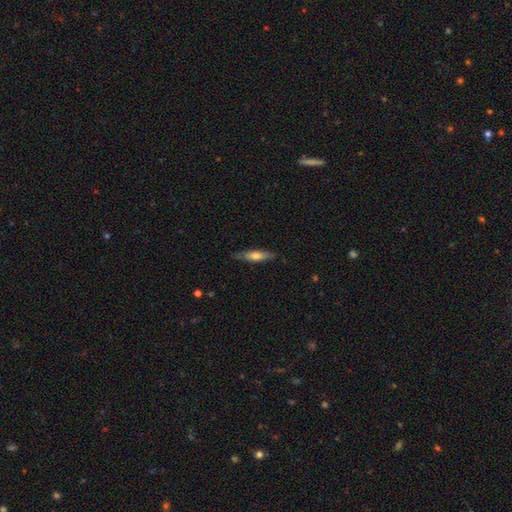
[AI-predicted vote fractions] Smooth or featured?
  - smooth: 58% *
  - featured or disk: 36%
  - star or artifact: 6%
How rounded?
  - cigar-shaped: 76% *
  - in between: 22%
  - round: 2%
Merging?
  - none: 82% *
  - minor disturbance: 14%
  - major disturbance: 2%
  - merger: 1%